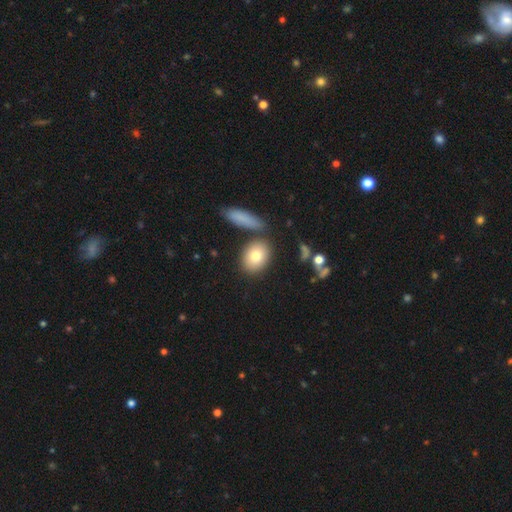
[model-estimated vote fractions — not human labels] Morphology: type=smooth (80%); roundness=in between (64%); merging=none (75%).